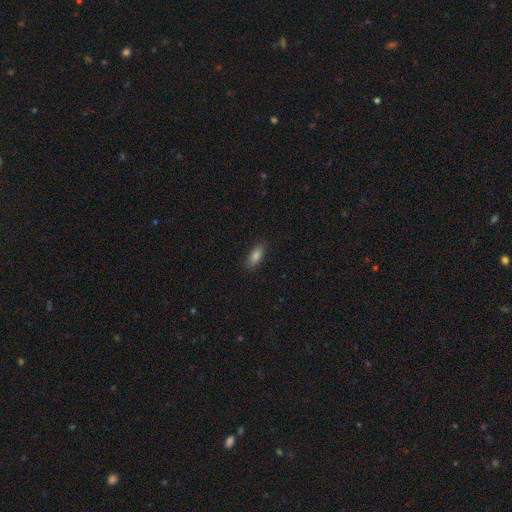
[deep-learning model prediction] Morphology: type=smooth (84%); roundness=in between (76%); merging=none (86%).